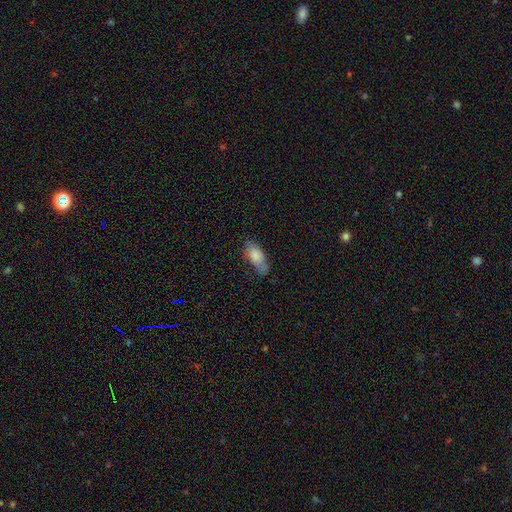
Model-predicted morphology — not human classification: Smooth or featured? smooth (82%)
How rounded? in between (83%)
Merging? none (58%)